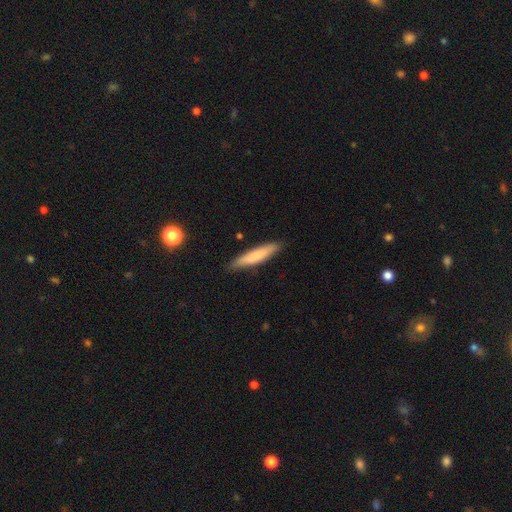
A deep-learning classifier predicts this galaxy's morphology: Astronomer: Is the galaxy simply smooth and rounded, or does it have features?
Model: smooth — 76%.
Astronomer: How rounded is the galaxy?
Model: cigar-shaped — 88%.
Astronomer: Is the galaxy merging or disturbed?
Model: none — 86%.